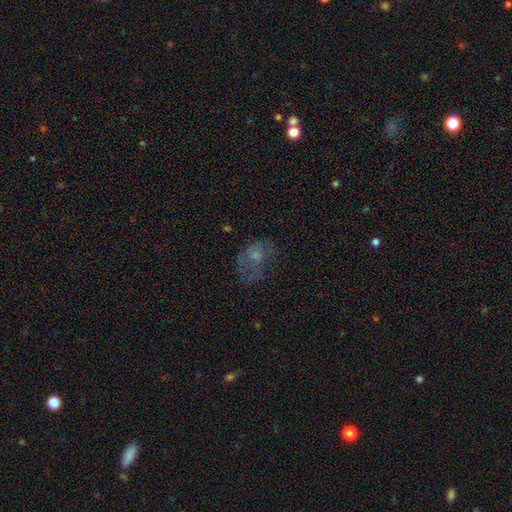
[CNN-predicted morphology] A smooth galaxy with no disk features (44%). Merging: none (37%, tied with major disturbance).